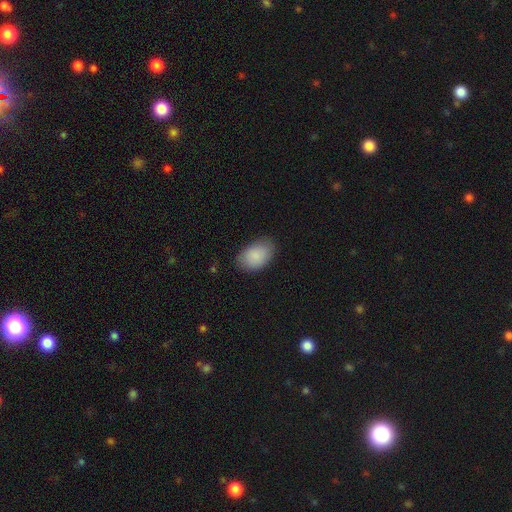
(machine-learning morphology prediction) Overall: smooth (88%). How rounded: in between (90%). Merging: none (80%).